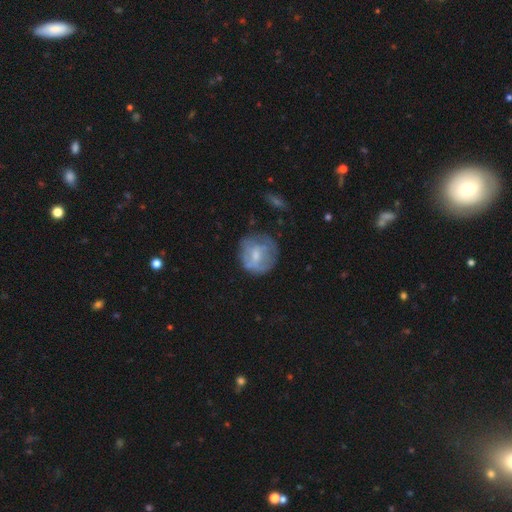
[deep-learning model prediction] Q: Smooth or featured?
A: smooth (49%); runner-up: featured or disk (44%)
Q: Merging?
A: none (62%); runner-up: minor disturbance (23%)